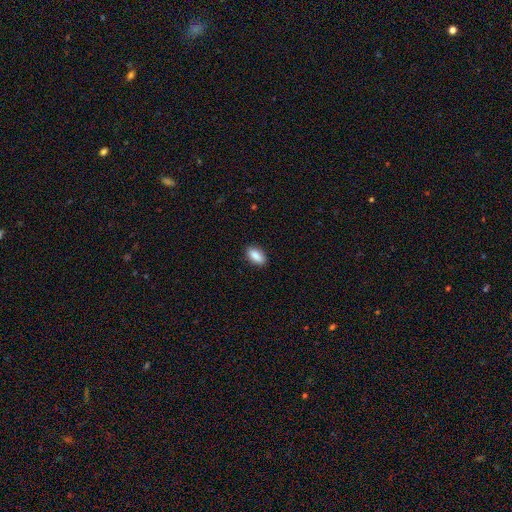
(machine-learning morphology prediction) Smooth or featured?
  - smooth: 88% *
  - star or artifact: 7%
  - featured or disk: 6%
How rounded?
  - in between: 89% *
  - cigar-shaped: 7%
  - round: 3%
Merging?
  - none: 89% *
  - minor disturbance: 8%
  - major disturbance: 2%
  - merger: 1%